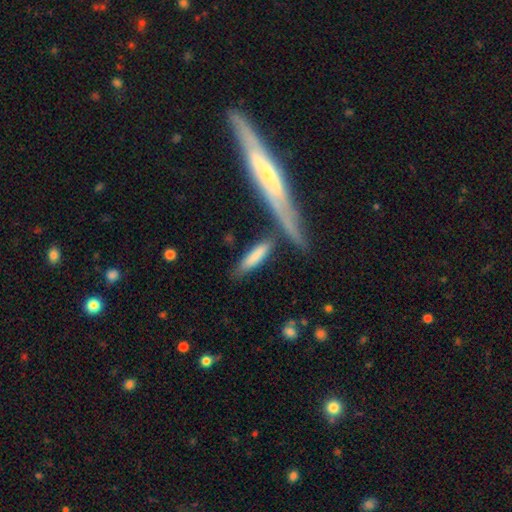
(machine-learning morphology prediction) Smooth or featured? Predicted: smooth (p=0.76). How rounded? Predicted: cigar-shaped (p=0.80). Merging? Predicted: none (p=0.66).